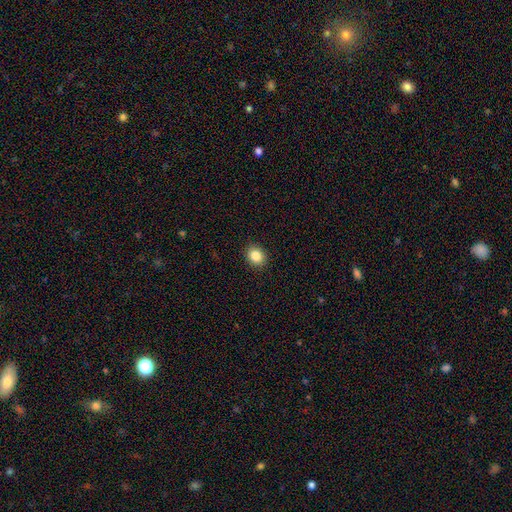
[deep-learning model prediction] A smooth galaxy with no disk features (86%) that is round (60%).

Vote fractions:
- Smooth or featured? smooth: 86% / star or artifact: 10% / featured or disk: 5%
- How rounded? round: 60% / in between: 40% / cigar-shaped: 1%
- Merging? none: 90% / minor disturbance: 7% / major disturbance: 2% / merger: 1%